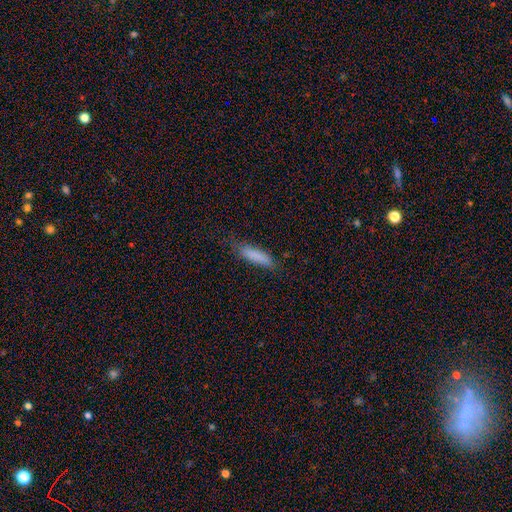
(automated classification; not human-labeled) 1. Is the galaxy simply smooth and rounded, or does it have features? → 82% smooth, 11% featured or disk, 7% star or artifact.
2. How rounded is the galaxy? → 72% cigar-shaped, 27% in between, 2% round.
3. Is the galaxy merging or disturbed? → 70% none, 22% minor disturbance, 6% major disturbance, 2% merger.